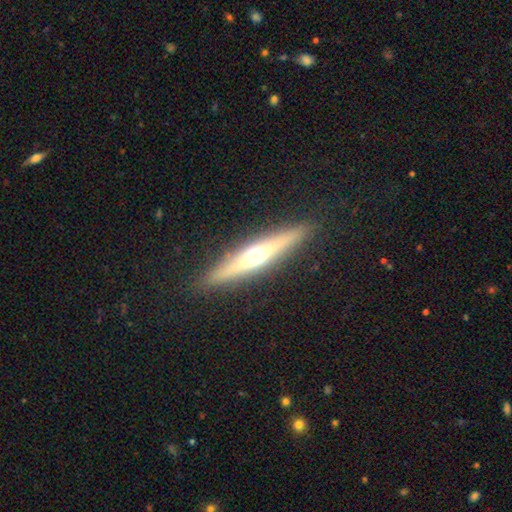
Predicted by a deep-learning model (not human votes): The model was most divided on "smooth or featured": featured or disk: 64%, smooth: 30%, star or artifact: 7%. More confident: edge-on disk — yes (94%); edge-on bulge — rounded (90%); merging — none (89%).